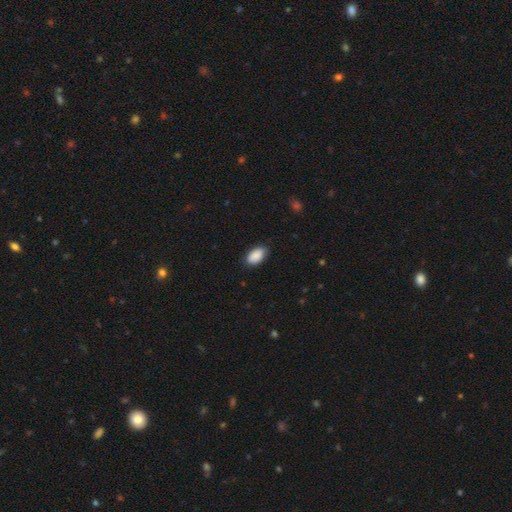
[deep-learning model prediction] This is clearly a smooth galaxy (90%). How rounded: clearly in between (94%). Merging: clearly none (81%).